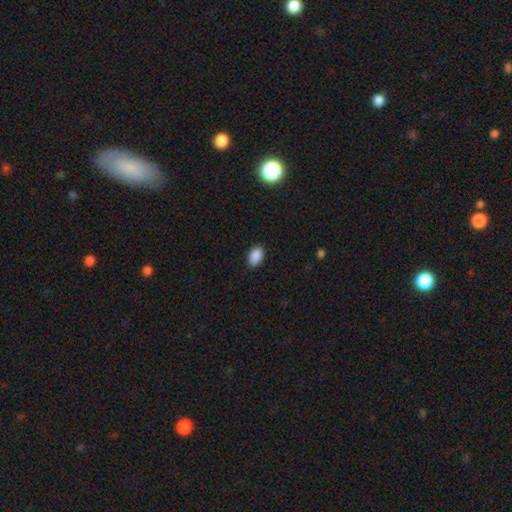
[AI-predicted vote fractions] Smooth or featured? Predicted: smooth (p=0.89). How rounded? Predicted: in between (p=0.89). Merging? Predicted: none (p=0.86).